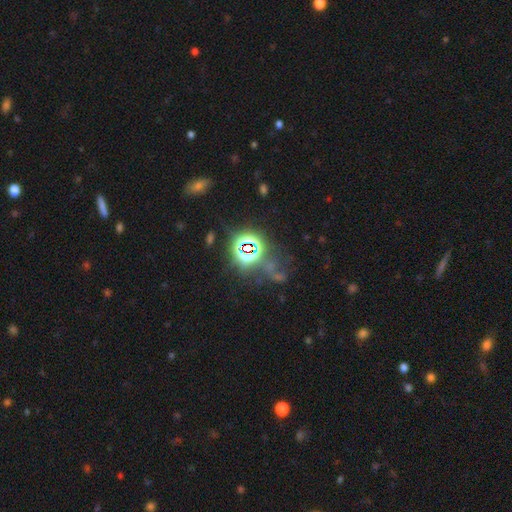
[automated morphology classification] Overall: star or artifact (68%).